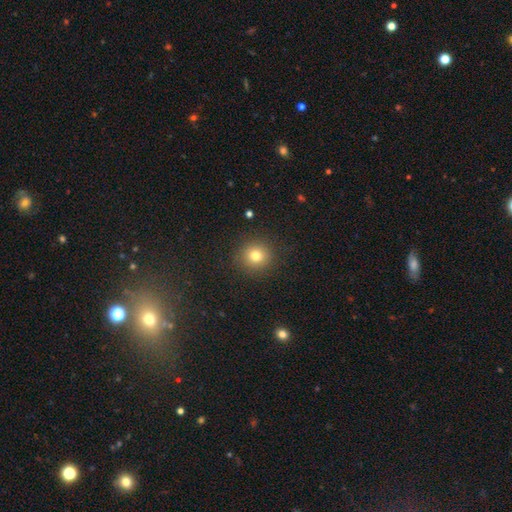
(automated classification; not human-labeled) smooth-or-featured: smooth: 79% | star or artifact: 13% | featured or disk: 8%
  how-rounded: round: 92% | in between: 7% | cigar-shaped: 1%
  merging: none: 89% | minor disturbance: 6% | major disturbance: 3% | merger: 1%